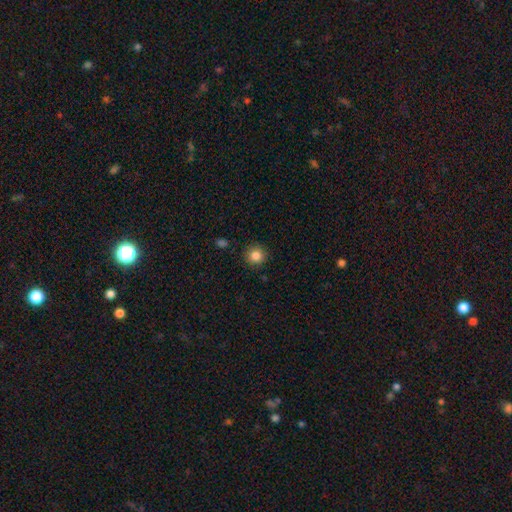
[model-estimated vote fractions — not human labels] The model was most divided on "smooth or featured": smooth: 85%, star or artifact: 10%, featured or disk: 5%. More confident: how rounded — round (93%); merging — none (90%).